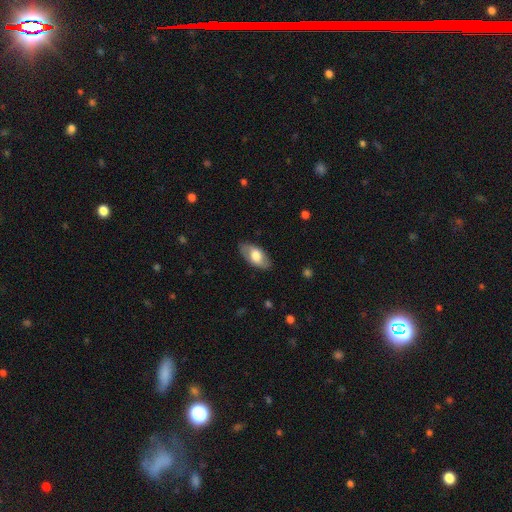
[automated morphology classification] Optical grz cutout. It shows a smooth galaxy with no disk features (62%) that is in between round and cigar-shaped (93%). Merging: none (83%).